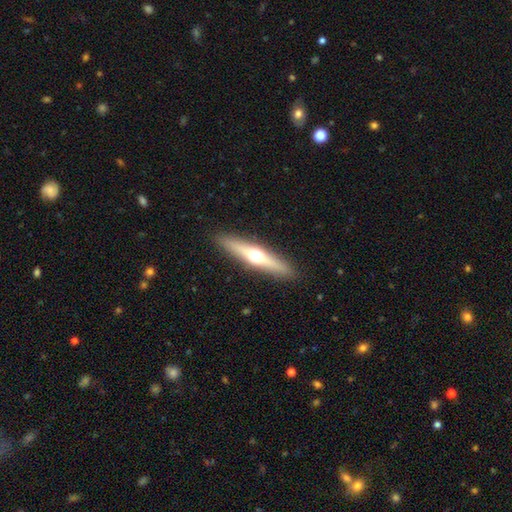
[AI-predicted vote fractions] Smooth or featured?
  - featured or disk: 60% *
  - smooth: 34%
  - star or artifact: 6%
Edge-on disk?
  - yes: 94% *
  - no: 6%
Edge-on bulge?
  - rounded: 94% *
  - none: 4%
  - boxy: 2%
Merging?
  - none: 91% *
  - minor disturbance: 6%
  - major disturbance: 2%
  - merger: 1%